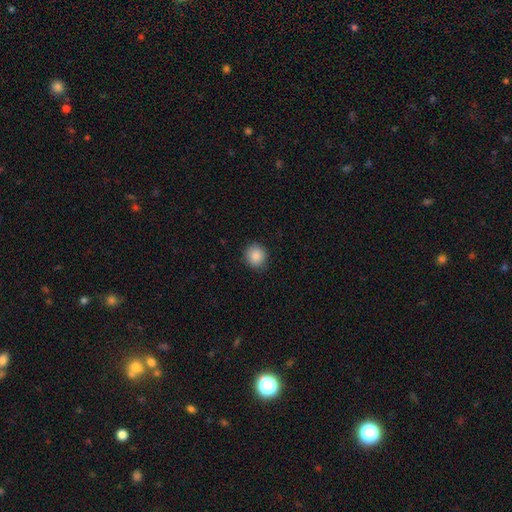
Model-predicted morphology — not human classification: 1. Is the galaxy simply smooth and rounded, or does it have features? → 88% smooth, 8% star or artifact, 4% featured or disk.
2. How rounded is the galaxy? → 85% round, 14% in between, 1% cigar-shaped.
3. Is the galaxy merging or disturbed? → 88% none, 9% minor disturbance, 2% major disturbance, 1% merger.